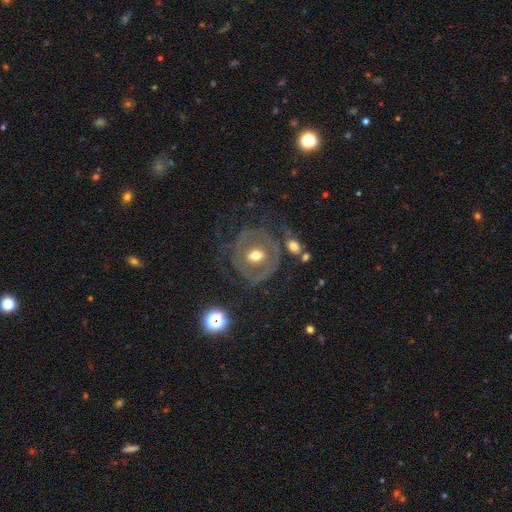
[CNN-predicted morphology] Smooth or featured: featured or disk — 70% (smooth — 23%)
Edge-on disk: no — 95% (yes — 5%)
Bar: no — 61% (weak — 27%)
Spiral arms: no — 54% (yes — 46%)
Bulge size: moderate — 73% (small — 14%)
Merging: none — 61% (minor disturbance — 17%)